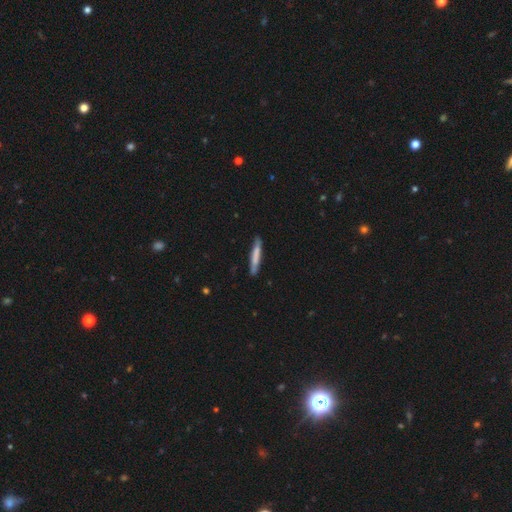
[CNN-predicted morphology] A smooth galaxy with no disk features (70%) that is cigar-shaped (95%).

Vote fractions:
- Smooth or featured? smooth: 70% / featured or disk: 24% / star or artifact: 5%
- How rounded? cigar-shaped: 95% / in between: 4% / round: 1%
- Merging? none: 86% / minor disturbance: 11% / major disturbance: 2% / merger: 1%